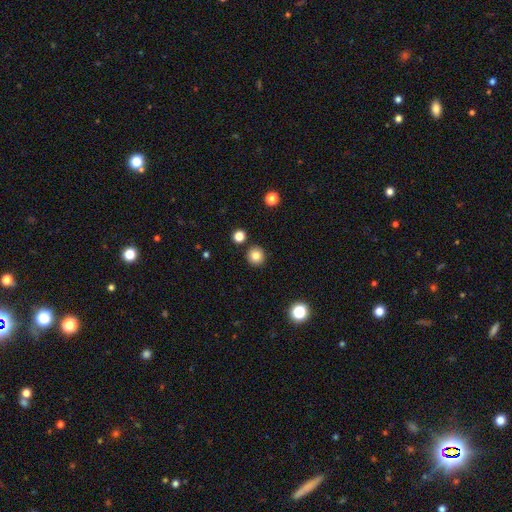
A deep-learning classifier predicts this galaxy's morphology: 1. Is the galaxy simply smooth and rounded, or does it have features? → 83% smooth, 11% star or artifact, 6% featured or disk.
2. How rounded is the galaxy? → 94% round, 5% in between, 1% cigar-shaped.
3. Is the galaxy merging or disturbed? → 90% none, 5% minor disturbance, 3% merger, 2% major disturbance.